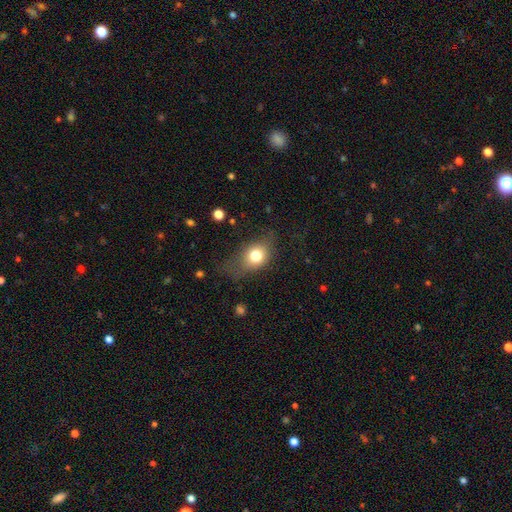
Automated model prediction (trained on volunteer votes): A smooth galaxy with no disk features (73%) that is in between round and cigar-shaped (58%). Merging: none (53%).